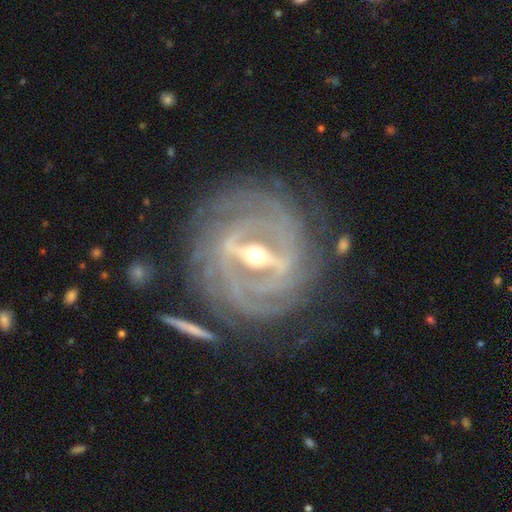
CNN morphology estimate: A featured or disk galaxy (90%) with a strong bar (76%), tight (73%) spiral arms (92%) and a moderate central bulge (52%).

Vote fractions:
- Smooth or featured? featured or disk: 90% / star or artifact: 5% / smooth: 5%
- Edge-on disk? no: 90% / yes: 10%
- Bar? strong: 76% / weak: 18% / no: 7%
- Spiral arms? yes: 92% / no: 8%
- Spiral winding? tight: 73% / medium: 20% / loose: 6%
- Spiral arm count? can't tell: 32% / 2: 17% / 4: 16% / 3: 16% / more than 4: 12% / 1: 7%
- Bulge size? moderate: 52% / small: 42% / large: 3% / dominant: 1% / none: 1%
- Merging? none: 75% / minor disturbance: 15% / major disturbance: 8% / merger: 2%